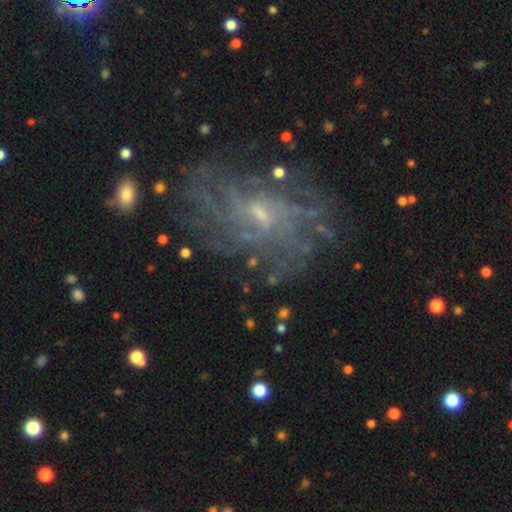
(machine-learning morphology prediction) Q: Smooth or featured?
A: featured or disk (78%); runner-up: star or artifact (13%)
Q: Edge-on disk?
A: no (96%); runner-up: yes (4%)
Q: Bar?
A: no (53%); runner-up: weak (40%)
Q: Spiral arms?
A: yes (91%); runner-up: no (9%)
Q: Spiral winding?
A: tight (49%); runner-up: medium (35%)
Q: Spiral arm count?
A: can't tell (41%); runner-up: more than 4 (20%)
Q: Bulge size?
A: small (69%); runner-up: moderate (24%)
Q: Merging?
A: none (76%); runner-up: minor disturbance (14%)